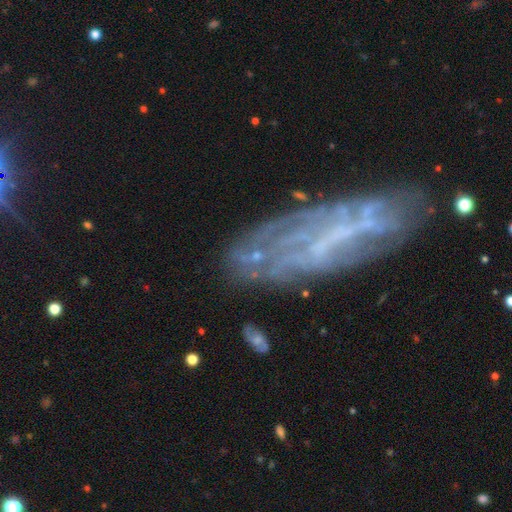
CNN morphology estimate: Smooth or featured?
  - featured or disk: 60% *
  - smooth: 23%
  - star or artifact: 17%
Edge-on disk?
  - no: 91% *
  - yes: 9%
Bar?
  - no: 65% *
  - weak: 22%
  - strong: 12%
Spiral arms?
  - yes: 60% *
  - no: 40%
Bulge size?
  - small: 36% *
  - moderate: 29%
  - none: 28%
  - large: 5%
  - dominant: 3%
Merging?
  - none: 56% *
  - minor disturbance: 20%
  - major disturbance: 17%
  - merger: 7%